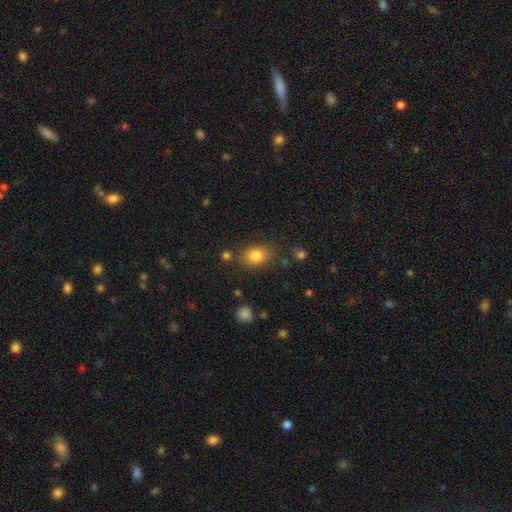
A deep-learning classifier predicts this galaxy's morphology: This is clearly a smooth galaxy (84%). How rounded: likely in between (60%). Merging: likely none (79%).